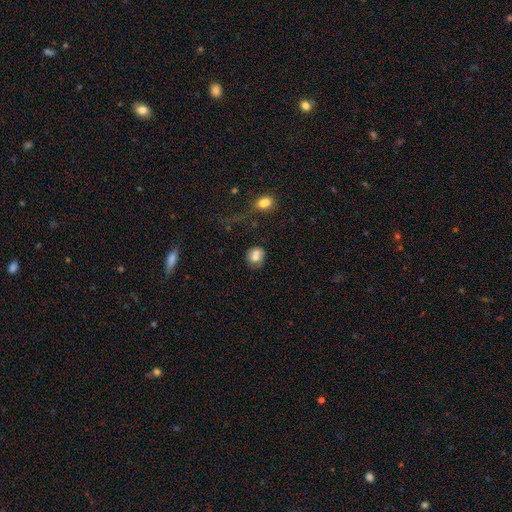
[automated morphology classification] type=smooth (69%); roundness=round (72%); merging=none (42%).